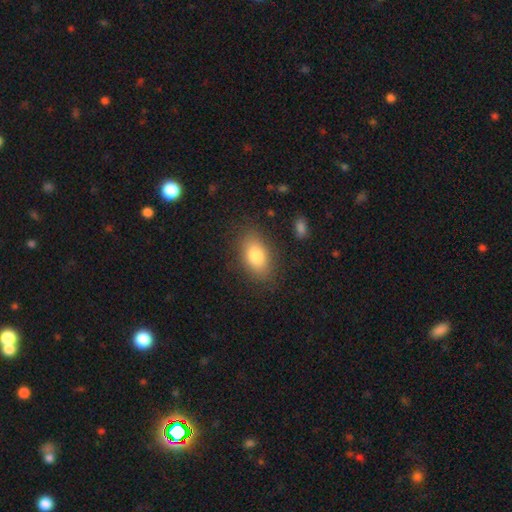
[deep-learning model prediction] smooth-or-featured: smooth: 82% | featured or disk: 10% | star or artifact: 8%
  how-rounded: in between: 89% | round: 8% | cigar-shaped: 3%
  merging: none: 84% | minor disturbance: 11% | major disturbance: 4% | merger: 1%